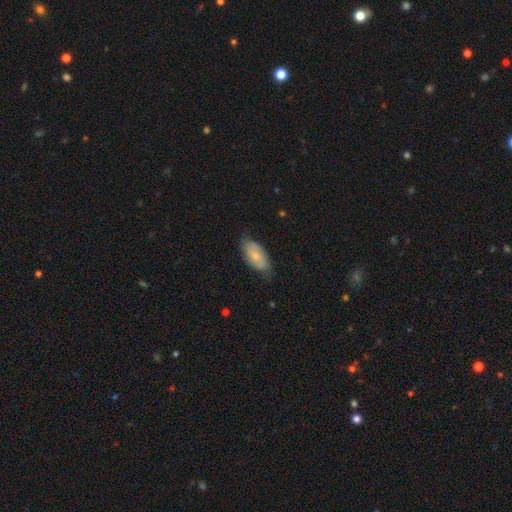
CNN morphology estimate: Overall: smooth (72%). How rounded: in between (93%). Merging: none (67%).